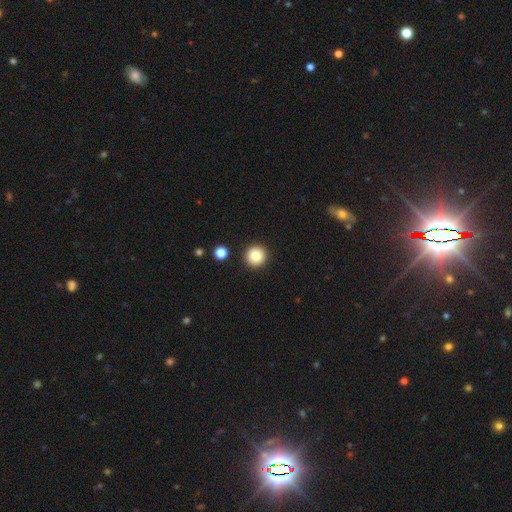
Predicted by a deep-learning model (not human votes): A smooth galaxy with no disk features (86%) that is round (95%).

Vote fractions:
- Smooth or featured? smooth: 86% / star or artifact: 10% / featured or disk: 5%
- How rounded? round: 95% / in between: 4% / cigar-shaped: 1%
- Merging? none: 92% / minor disturbance: 5% / merger: 2% / major disturbance: 2%